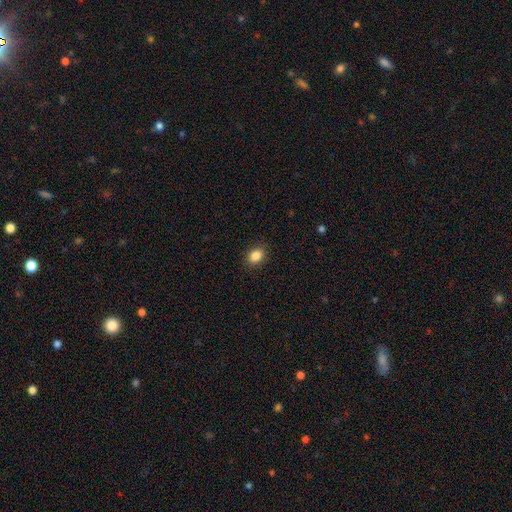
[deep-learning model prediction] Morphology: type=smooth (86%); roundness=in between (70%); merging=none (88%).